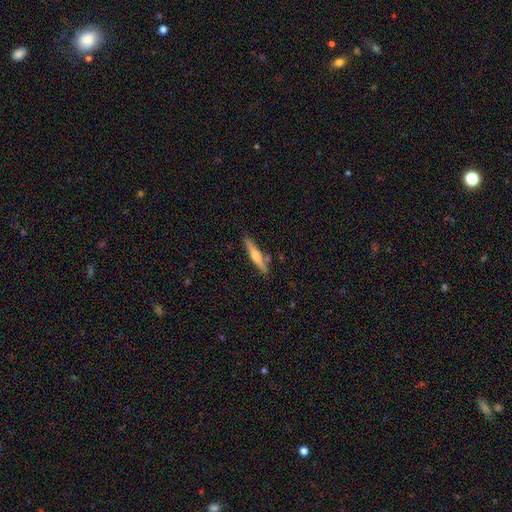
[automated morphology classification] Smooth or featured?
  - featured or disk: 56% *
  - smooth: 39%
  - star or artifact: 6%
Edge-on disk?
  - yes: 97% *
  - no: 3%
Edge-on bulge?
  - rounded: 82% *
  - none: 9%
  - boxy: 9%
Merging?
  - none: 83% *
  - minor disturbance: 10%
  - merger: 4%
  - major disturbance: 2%